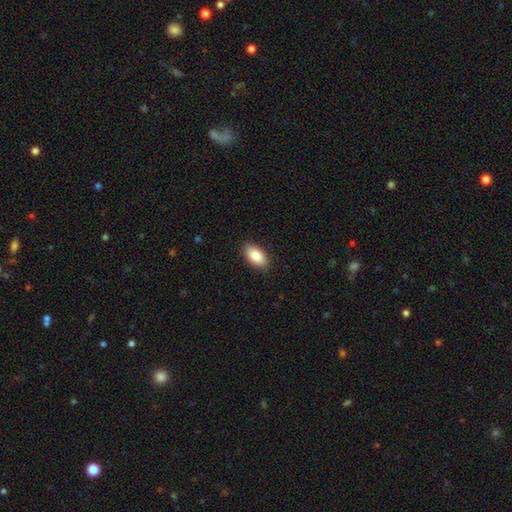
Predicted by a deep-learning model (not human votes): A smooth galaxy with no disk features (87%) that is in between round and cigar-shaped (94%). Merging: none (89%).